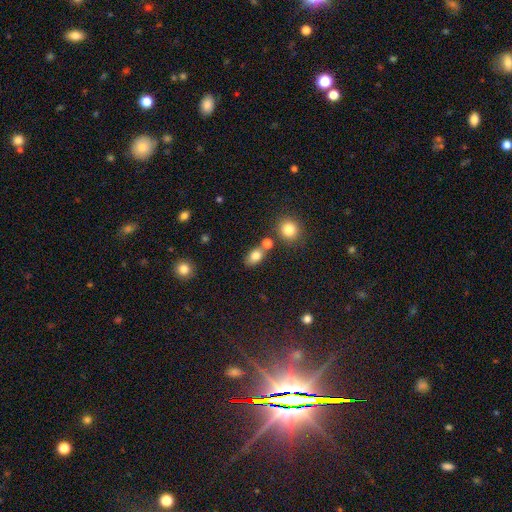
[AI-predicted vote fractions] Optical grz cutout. It shows a smooth galaxy with no disk features (81%) that is in between round and cigar-shaped (79%). Merging: none (65%).